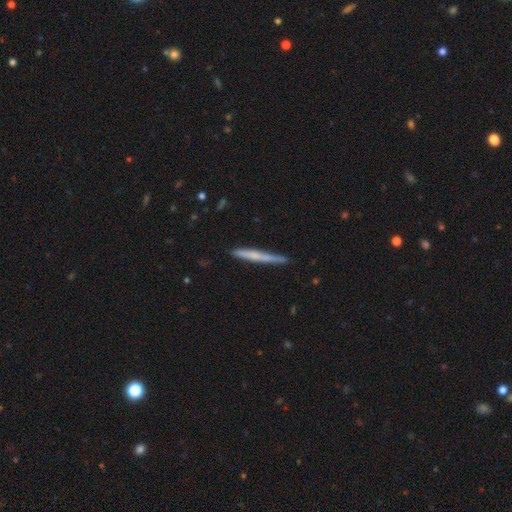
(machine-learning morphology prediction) This appears to be a smooth galaxy with no disk features (52%) that is cigar-shaped (97%). Merging: none (87%).